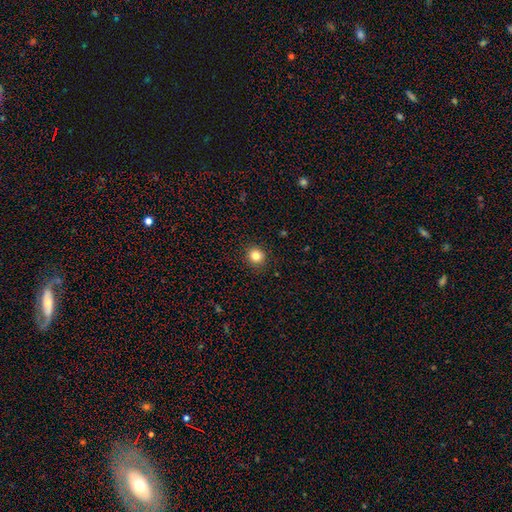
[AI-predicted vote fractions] Smooth or featured? Predicted: smooth (p=0.83). How rounded? Predicted: round (p=0.88). Merging? Predicted: none (p=0.91).